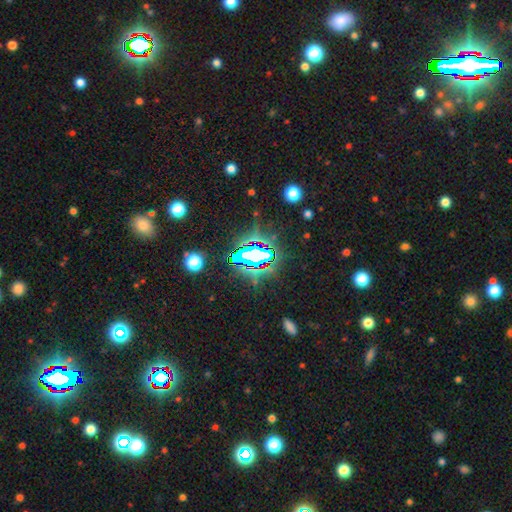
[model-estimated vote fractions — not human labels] smooth-or-featured: star or artifact: 71% | smooth: 16% | featured or disk: 14%